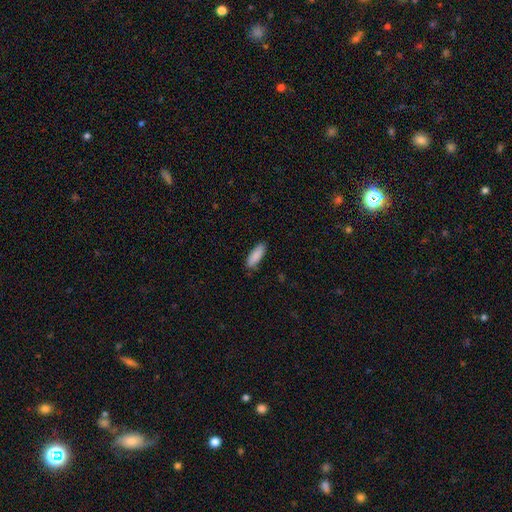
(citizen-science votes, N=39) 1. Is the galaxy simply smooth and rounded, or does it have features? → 95% smooth, 3% featured or disk, 3% star or artifact.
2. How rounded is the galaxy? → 57% in between, 43% cigar-shaped, 0% round.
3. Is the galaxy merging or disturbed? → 87% none, 13% minor disturbance, 0% major disturbance, 0% merger.